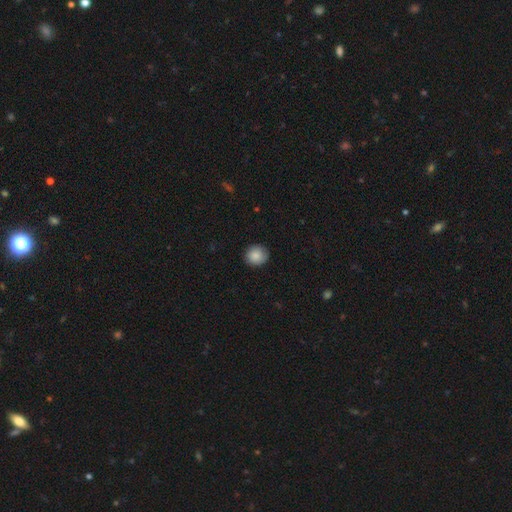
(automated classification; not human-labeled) Smooth or featured? smooth (88%)
How rounded? round (91%)
Merging? none (88%)